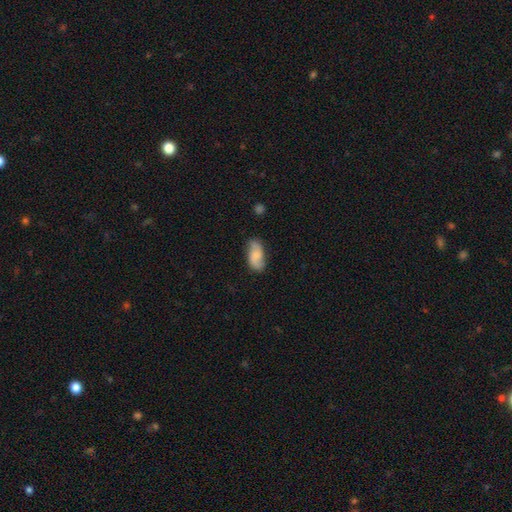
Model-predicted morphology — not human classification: smooth_or_featured: smooth (p=0.52) [alt: featured or disk p=0.41]
how_rounded: in between (p=0.91) [alt: cigar-shaped p=0.06]
merging: none (p=0.75) [alt: minor disturbance p=0.19]